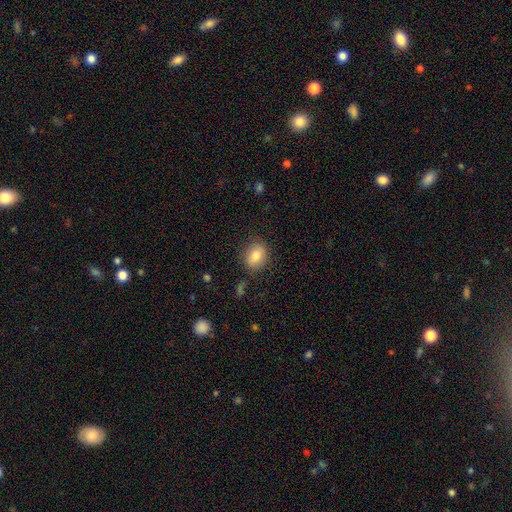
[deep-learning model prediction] Smooth or featured? Predicted: smooth (p=0.82). How rounded? Predicted: in between (p=0.62). Merging? Predicted: none (p=0.82).